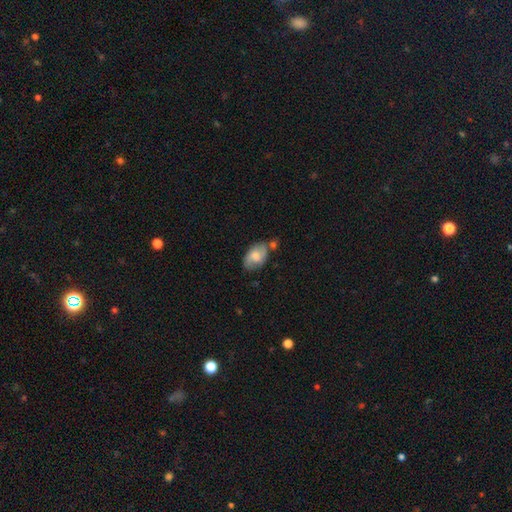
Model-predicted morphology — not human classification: Smooth or featured? Predicted: smooth (p=0.58). How rounded? Predicted: in between (p=0.88). Merging? Predicted: none (p=0.52).